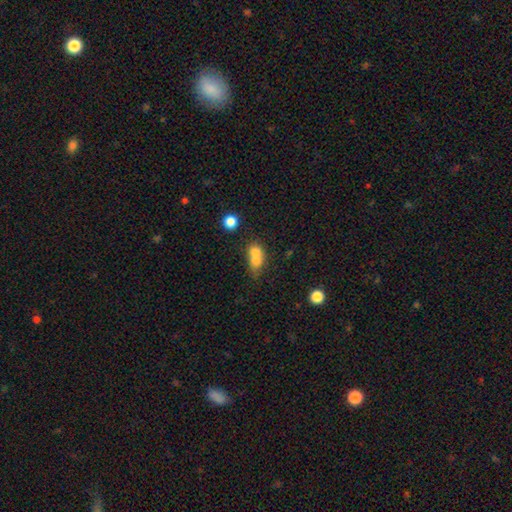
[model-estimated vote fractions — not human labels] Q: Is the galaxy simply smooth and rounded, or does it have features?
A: smooth — 71%.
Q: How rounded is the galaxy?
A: round — 60%.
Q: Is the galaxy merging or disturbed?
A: merger — 69%.